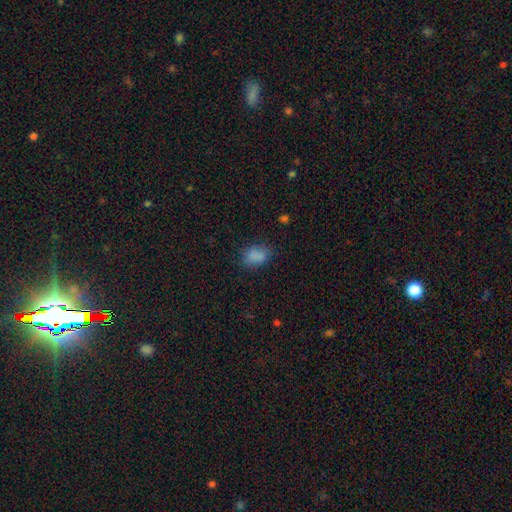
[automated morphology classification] smooth-or-featured: smooth: 82% | star or artifact: 11% | featured or disk: 6%
  how-rounded: in between: 78% | round: 21% | cigar-shaped: 1%
  merging: none: 75% | minor disturbance: 18% | major disturbance: 6% | merger: 2%